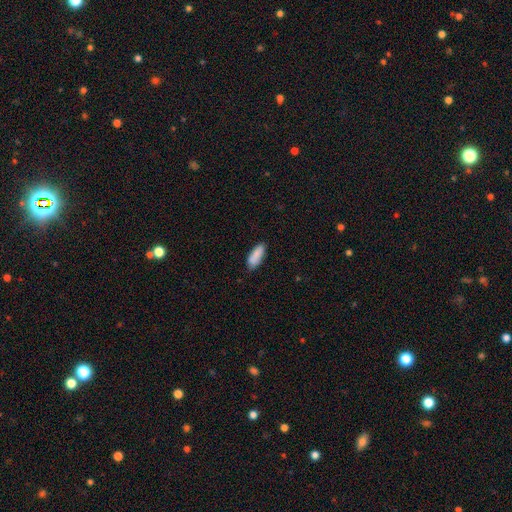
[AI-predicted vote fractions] A smooth galaxy with no disk features (87%) that is in between round and cigar-shaped (74%). Merging: none (79%).